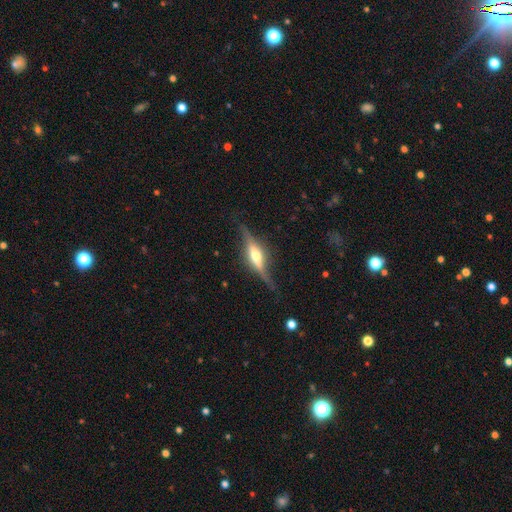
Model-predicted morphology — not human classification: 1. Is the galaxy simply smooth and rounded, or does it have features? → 80% featured or disk, 14% smooth, 6% star or artifact.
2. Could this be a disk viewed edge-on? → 93% yes, 7% no.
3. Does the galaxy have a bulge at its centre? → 83% rounded, 13% boxy, 3% none.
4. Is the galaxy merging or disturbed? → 76% none, 16% minor disturbance, 6% major disturbance, 1% merger.